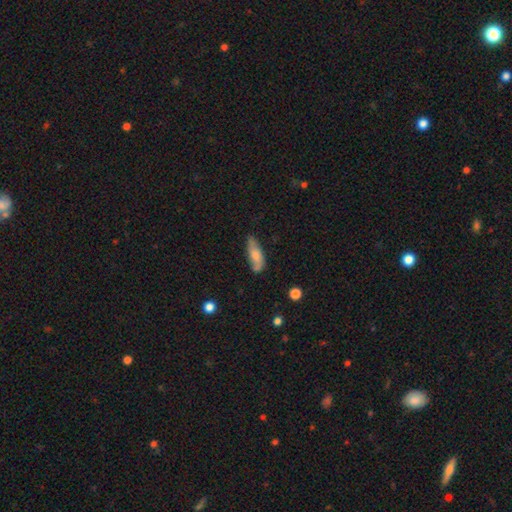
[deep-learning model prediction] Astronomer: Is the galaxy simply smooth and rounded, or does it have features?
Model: smooth — 67%.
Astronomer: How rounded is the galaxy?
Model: in between — 64%.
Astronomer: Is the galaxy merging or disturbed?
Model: none — 59%.